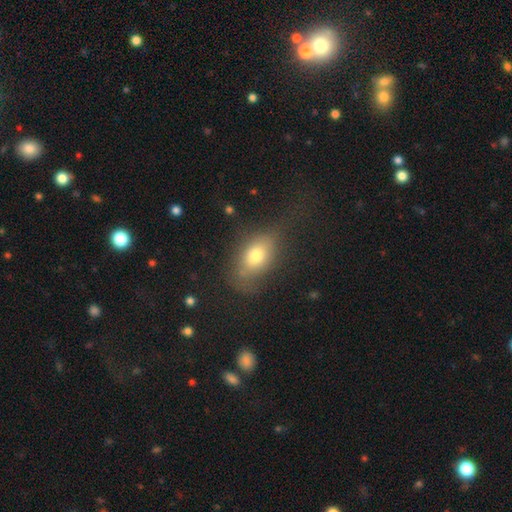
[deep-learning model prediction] Q: Smooth or featured?
A: smooth (72%); runner-up: featured or disk (19%)
Q: How rounded?
A: in between (84%); runner-up: round (12%)
Q: Merging?
A: none (51%); runner-up: minor disturbance (26%)